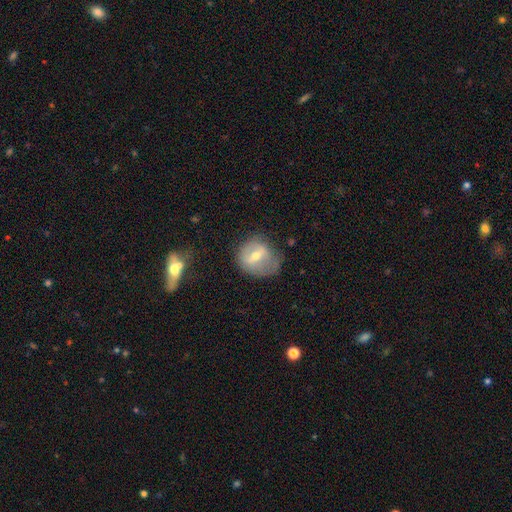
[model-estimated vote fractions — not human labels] A featured or disk galaxy (48%).

Vote fractions:
- Smooth or featured? featured or disk: 48% / smooth: 43% / star or artifact: 9%
- Merging? none: 55% / minor disturbance: 28% / major disturbance: 14% / merger: 4%